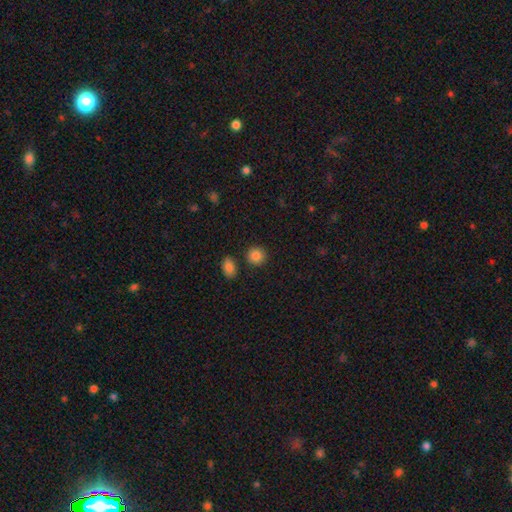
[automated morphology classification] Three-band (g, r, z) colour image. It shows a smooth galaxy with no disk features (87%) that is round (89%). Merging: none (84%).